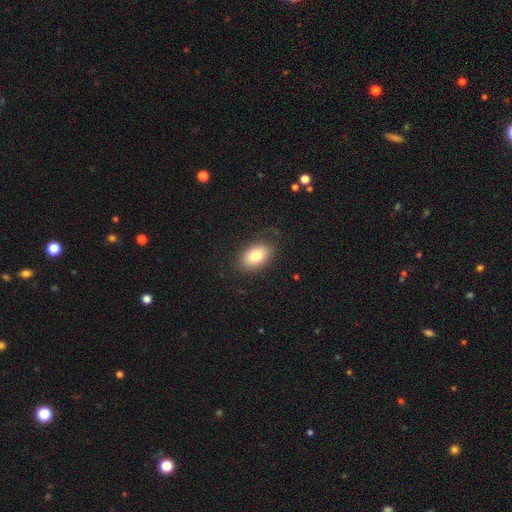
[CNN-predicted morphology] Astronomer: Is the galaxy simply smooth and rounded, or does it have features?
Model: smooth — 80%.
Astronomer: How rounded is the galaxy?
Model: in between — 89%.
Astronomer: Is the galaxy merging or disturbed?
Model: none — 81%.